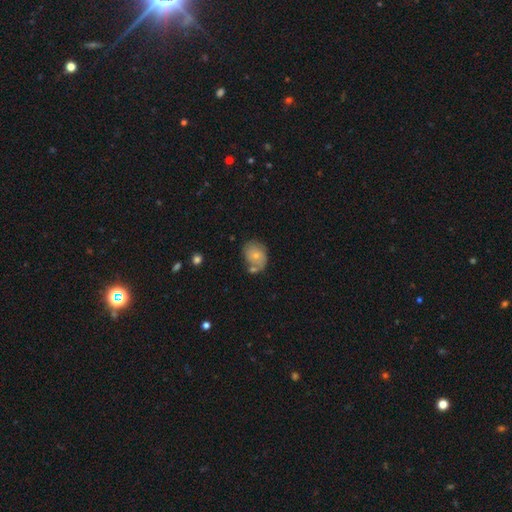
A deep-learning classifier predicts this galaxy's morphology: The model was most divided on "how rounded": in between: 57%, round: 42%, cigar-shaped: 1%. Remaining: smooth or featured — smooth (64%); merging — none (50%).